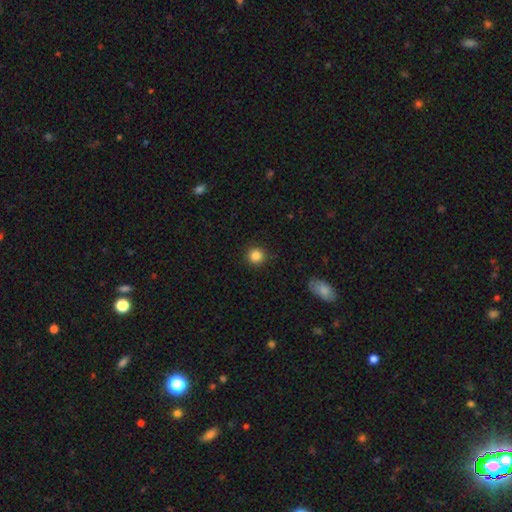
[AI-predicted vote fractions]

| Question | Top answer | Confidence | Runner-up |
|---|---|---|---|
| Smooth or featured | smooth | 85% | star or artifact (11%) |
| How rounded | round | 94% | in between (5%) |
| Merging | none | 90% | minor disturbance (7%) |